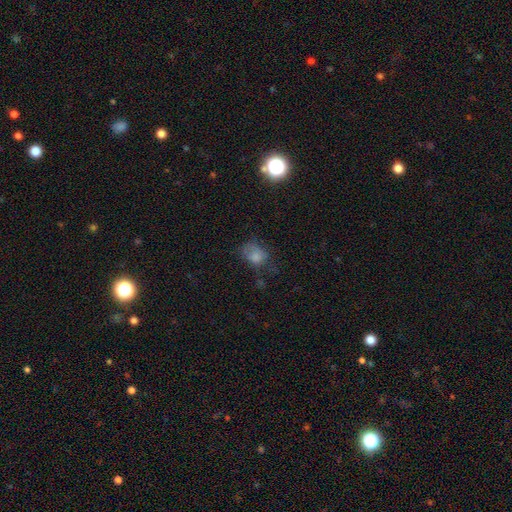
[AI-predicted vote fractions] Overall: smooth (70%). How rounded: in between (60%; round 39%). Merging: none (36%; major disturbance 29%).